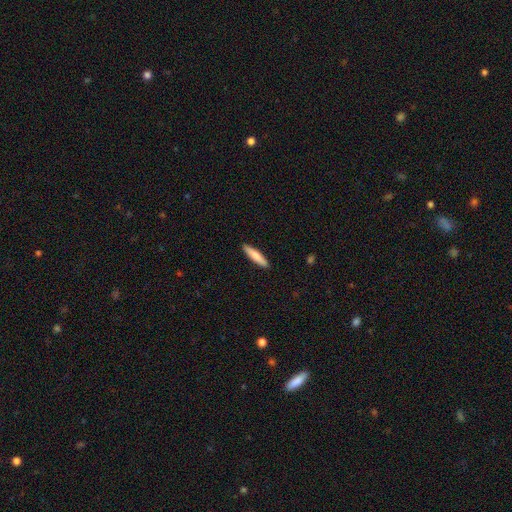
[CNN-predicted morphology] type=smooth (79%); roundness=cigar-shaped (86%); merging=none (91%).